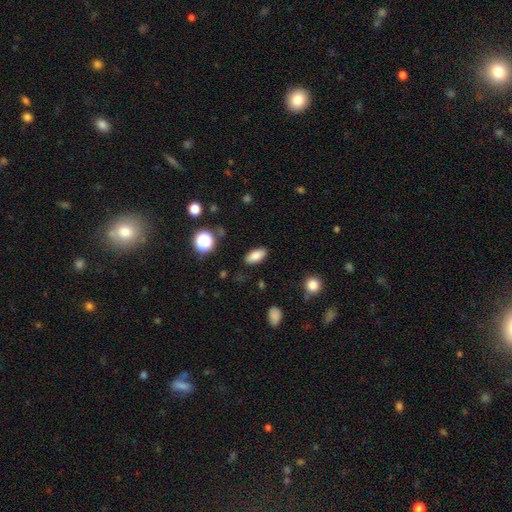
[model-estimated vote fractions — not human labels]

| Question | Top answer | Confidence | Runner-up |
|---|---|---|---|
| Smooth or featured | smooth | 84% | star or artifact (9%) |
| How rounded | in between | 89% | cigar-shaped (7%) |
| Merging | none | 87% | minor disturbance (9%) |